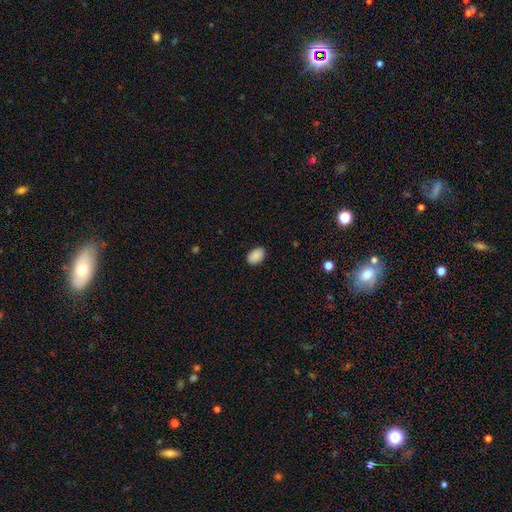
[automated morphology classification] This is clearly a smooth galaxy (90%). How rounded: clearly in between (84%). Merging: clearly none (86%).